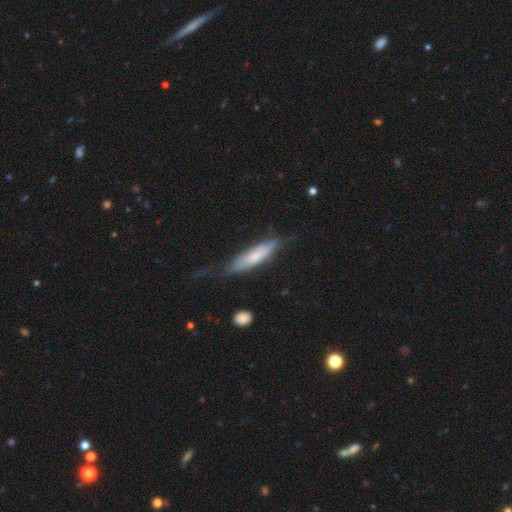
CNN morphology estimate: type=smooth (59%); roundness=cigar-shaped (77%); merging=none (53%).